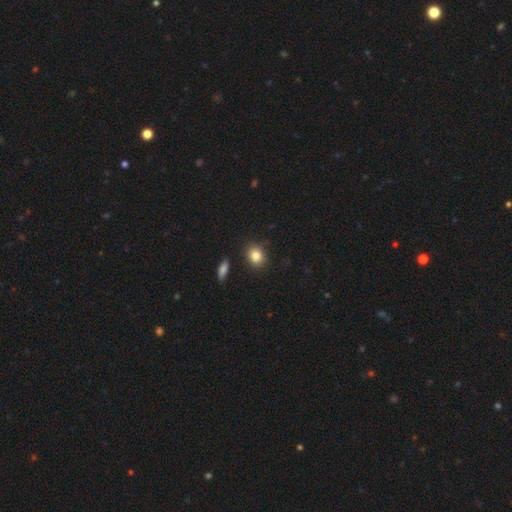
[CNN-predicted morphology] Smooth or featured?
  - smooth: 84% *
  - star or artifact: 9%
  - featured or disk: 6%
How rounded?
  - round: 56% *
  - in between: 42%
  - cigar-shaped: 1%
Merging?
  - none: 84% *
  - minor disturbance: 11%
  - merger: 3%
  - major disturbance: 2%